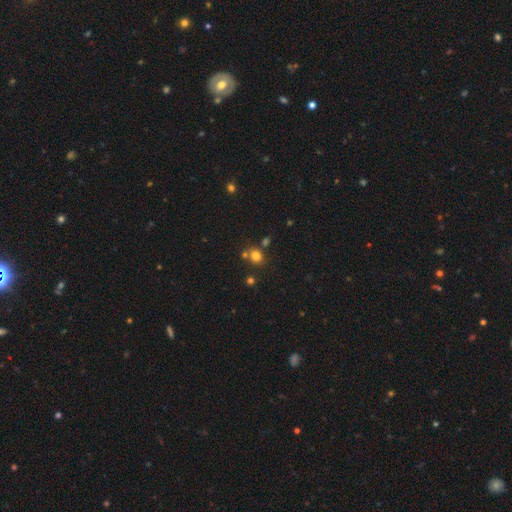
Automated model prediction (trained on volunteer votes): Smooth or featured? smooth (76%)
How rounded? round (81%)
Merging? none (69%)